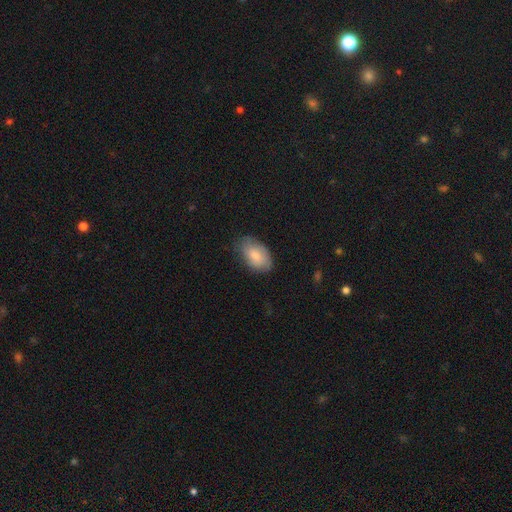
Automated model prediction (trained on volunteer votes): Q: Smooth or featured?
A: smooth (78%); runner-up: featured or disk (16%)
Q: How rounded?
A: in between (93%); runner-up: round (5%)
Q: Merging?
A: none (71%); runner-up: minor disturbance (24%)